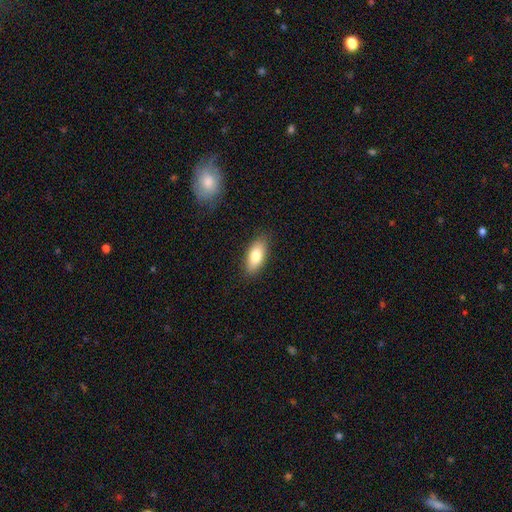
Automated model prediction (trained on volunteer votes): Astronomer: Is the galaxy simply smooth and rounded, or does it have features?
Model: smooth — 78%.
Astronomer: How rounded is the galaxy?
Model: in between — 86%.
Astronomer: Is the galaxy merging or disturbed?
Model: none — 86%.